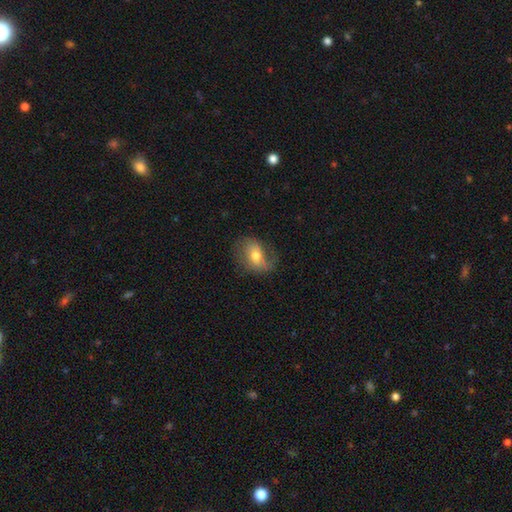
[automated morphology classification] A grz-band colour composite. It shows a smooth galaxy with no disk features (49%). Merging: none (60%).